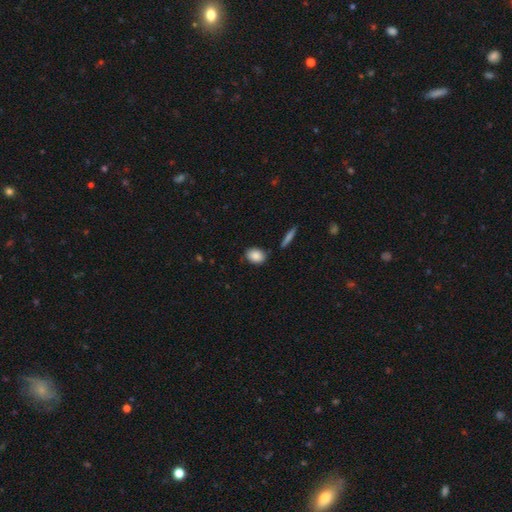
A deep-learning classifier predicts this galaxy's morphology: Smooth or featured?
  - smooth: 86% *
  - star or artifact: 7%
  - featured or disk: 7%
How rounded?
  - in between: 71% *
  - round: 26%
  - cigar-shaped: 3%
Merging?
  - none: 80% *
  - minor disturbance: 13%
  - merger: 4%
  - major disturbance: 3%